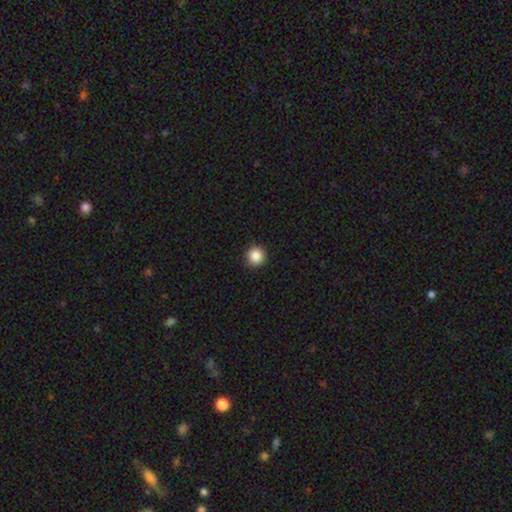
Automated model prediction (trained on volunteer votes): Smooth or featured? Predicted: smooth (p=0.87). How rounded? Predicted: round (p=0.96). Merging? Predicted: none (p=0.93).